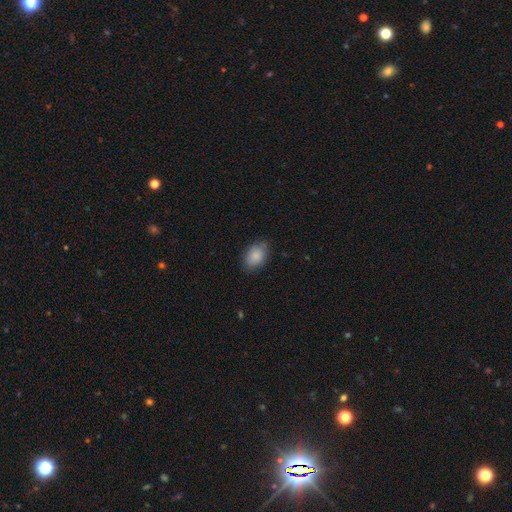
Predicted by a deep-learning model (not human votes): Smooth or featured? smooth (87%)
How rounded? in between (82%)
Merging? none (81%)